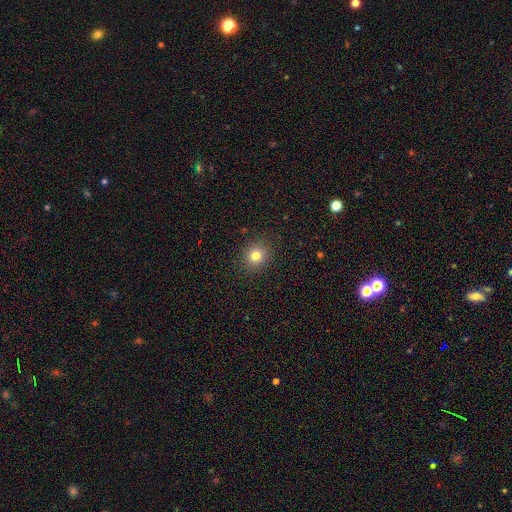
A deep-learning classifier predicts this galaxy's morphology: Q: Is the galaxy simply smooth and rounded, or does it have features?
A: smooth — 79%.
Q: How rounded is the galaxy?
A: round — 79%.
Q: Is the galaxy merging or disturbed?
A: none — 90%.